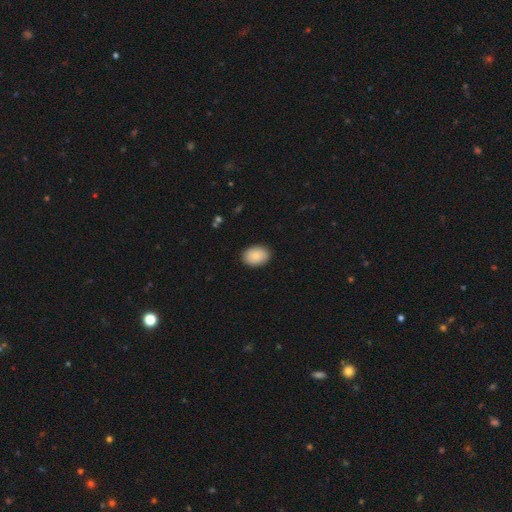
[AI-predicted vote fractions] A smooth galaxy with no disk features (88%) that is in between round and cigar-shaped (78%). Merging: none (89%).